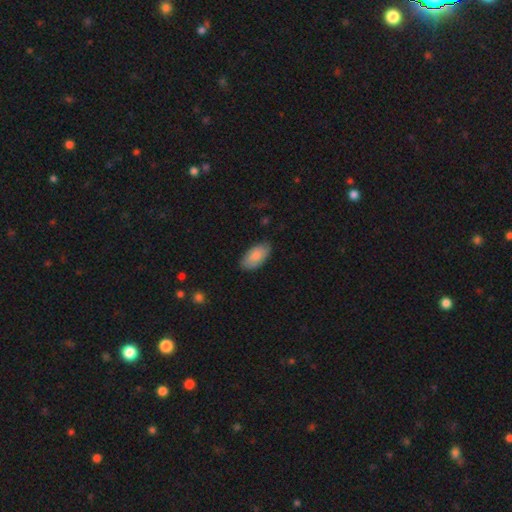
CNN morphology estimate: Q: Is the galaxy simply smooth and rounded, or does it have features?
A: smooth — 86%.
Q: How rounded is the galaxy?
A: in between — 94%.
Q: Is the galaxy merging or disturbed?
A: none — 83%.